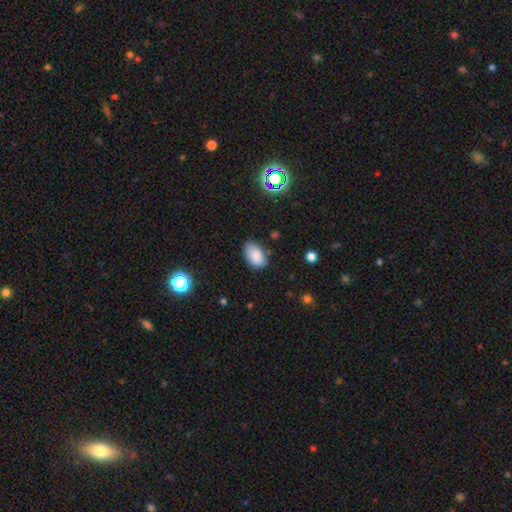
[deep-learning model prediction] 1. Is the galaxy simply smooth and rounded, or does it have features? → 83% smooth, 9% star or artifact, 8% featured or disk.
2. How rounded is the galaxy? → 92% in between, 7% round, 1% cigar-shaped.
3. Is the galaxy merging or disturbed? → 75% none, 20% minor disturbance, 4% major disturbance, 2% merger.